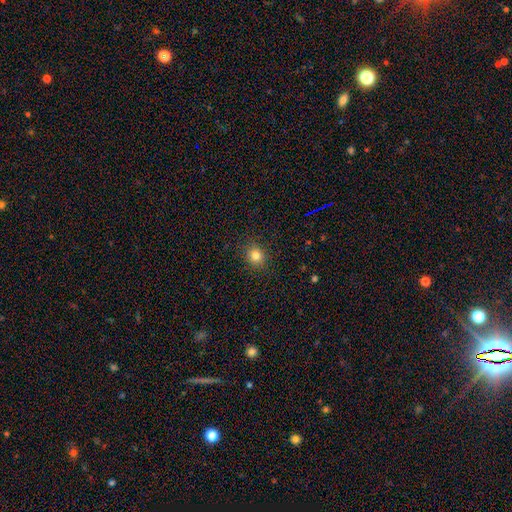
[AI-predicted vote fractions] Smooth or featured? Predicted: smooth (p=0.81). How rounded? Predicted: round (p=0.79). Merging? Predicted: none (p=0.89).